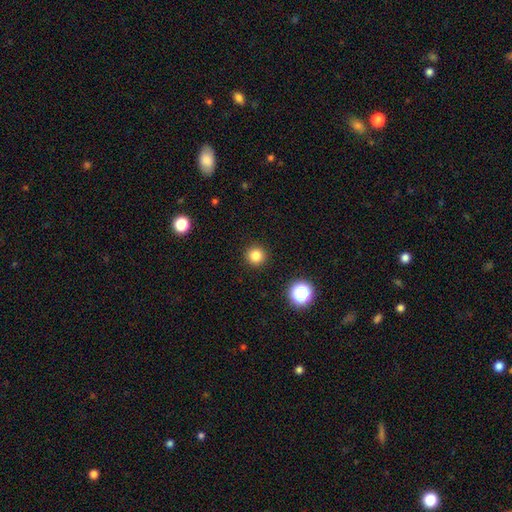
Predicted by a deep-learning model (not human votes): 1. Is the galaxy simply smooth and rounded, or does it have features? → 81% smooth, 14% star or artifact, 5% featured or disk.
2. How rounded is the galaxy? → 96% round, 3% in between, 1% cigar-shaped.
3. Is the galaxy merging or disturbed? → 92% none, 5% minor disturbance, 2% major disturbance, 1% merger.